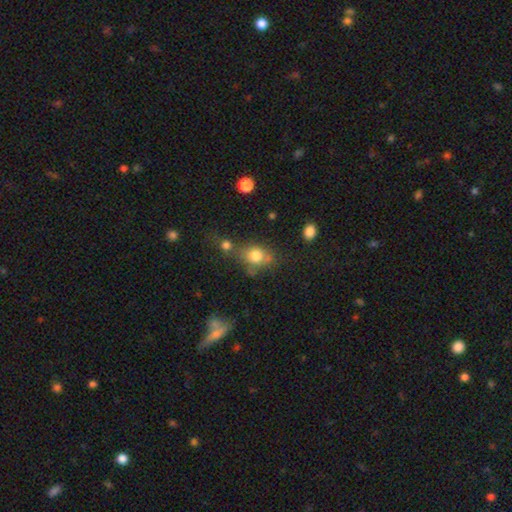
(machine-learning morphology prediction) type=smooth (77%); roundness=round (53%); merging=none (51%).